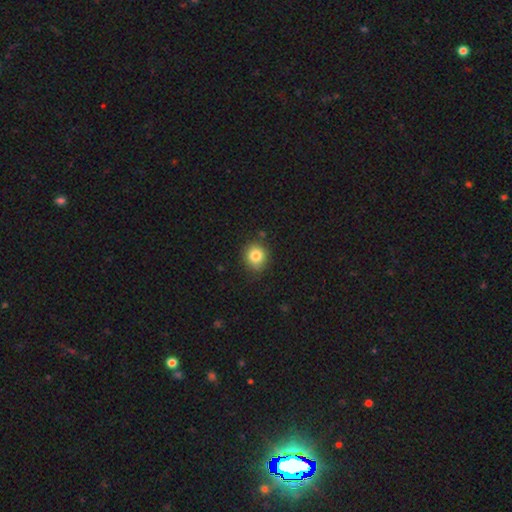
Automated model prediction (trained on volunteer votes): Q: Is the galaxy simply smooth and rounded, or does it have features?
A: smooth — 83%.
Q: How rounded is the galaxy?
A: round — 83%.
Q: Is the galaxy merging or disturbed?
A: none — 82%.